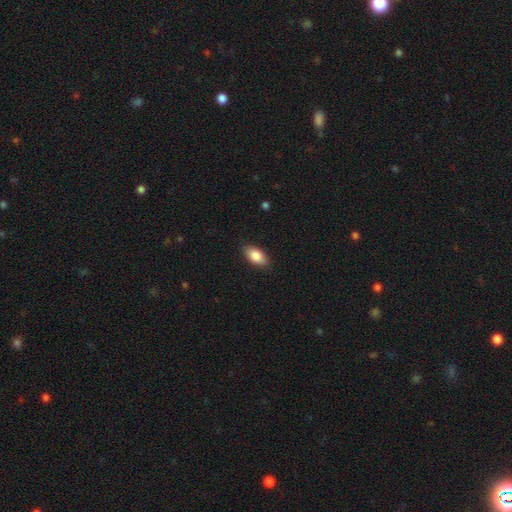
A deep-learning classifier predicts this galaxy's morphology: Q: Smooth or featured?
A: smooth (84%); runner-up: featured or disk (9%)
Q: How rounded?
A: in between (91%); runner-up: cigar-shaped (5%)
Q: Merging?
A: none (87%); runner-up: minor disturbance (10%)